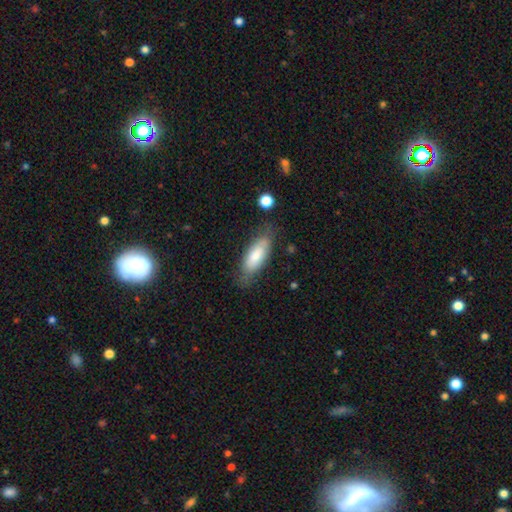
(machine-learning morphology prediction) This appears to be a smooth galaxy with no disk features (72%) that is in between round and cigar-shaped (71%). Merging: none (68%).